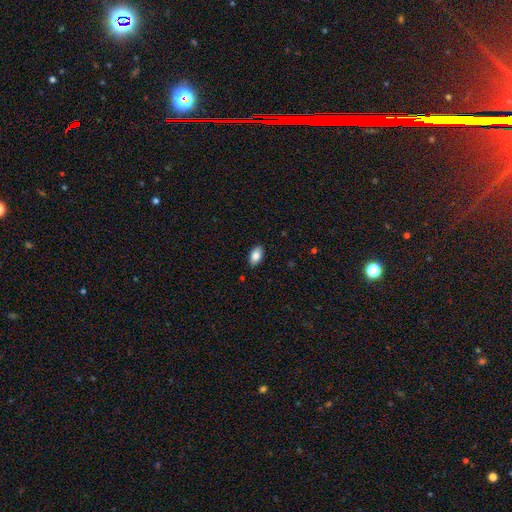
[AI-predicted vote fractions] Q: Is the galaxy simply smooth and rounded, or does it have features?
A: smooth — 85%.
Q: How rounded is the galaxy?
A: in between — 93%.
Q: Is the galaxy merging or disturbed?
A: none — 87%.